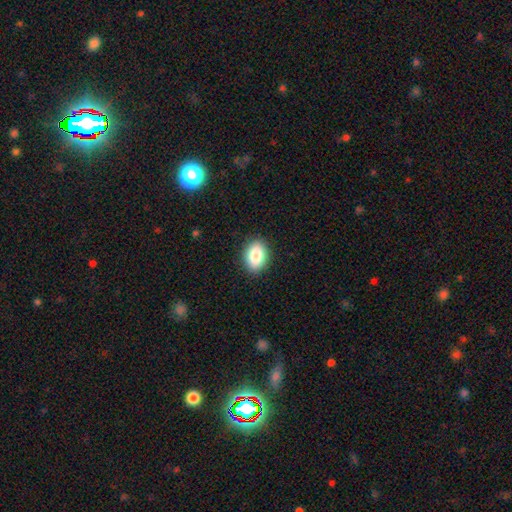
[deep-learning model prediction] The model was most divided on "how rounded": in between: 81%, round: 18%, cigar-shaped: 1%. More confident: merging — none (89%); smooth or featured — smooth (86%).